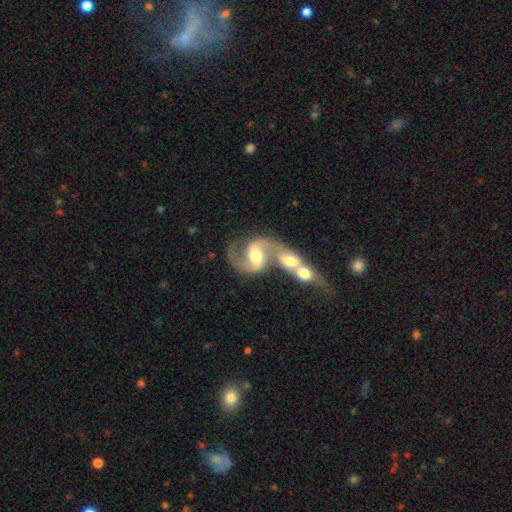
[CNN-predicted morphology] featured or disk 83%, smooth 11%, star or artifact 6%. Down the decision tree: edge-on disk — no (97%); bar — weak (45%); spiral arms — yes (94%); spiral arm count — 2 (91%); spiral winding — medium (48%); bulge size — moderate (67%); merging — merger (67%).